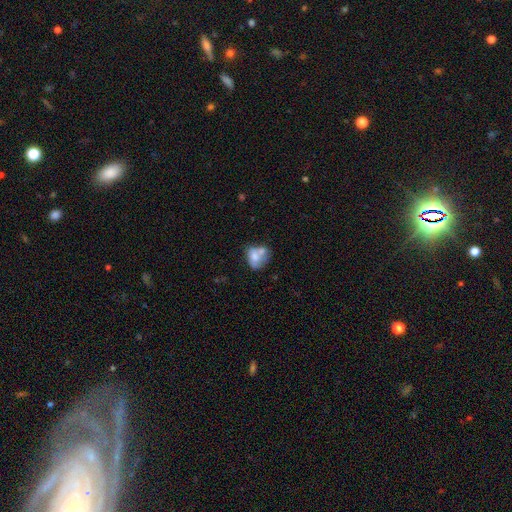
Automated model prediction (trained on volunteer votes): Overall: smooth (63%; featured or disk 28%). How rounded: in between (58%; round 41%). Merging: merger (45%; none 27%).